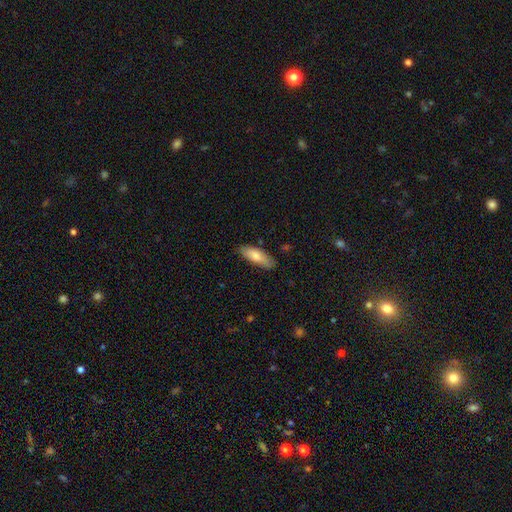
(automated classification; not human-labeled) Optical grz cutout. It shows a smooth galaxy with no disk features (78%) that is in between round and cigar-shaped (58%). Merging: none (83%).